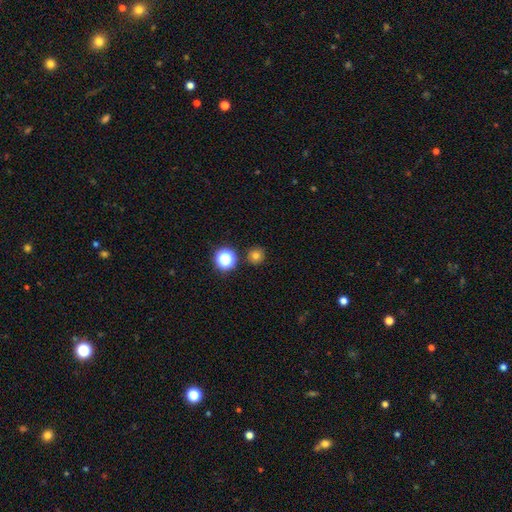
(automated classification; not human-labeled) Overall: smooth (76%). How rounded: round (94%). Merging: none (88%).